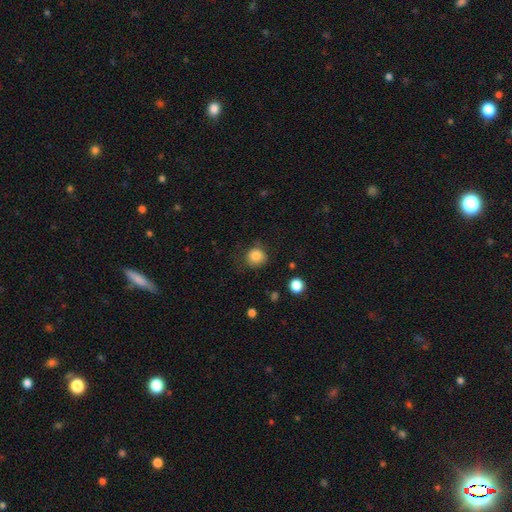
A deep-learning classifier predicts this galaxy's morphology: This appears to be a smooth galaxy with no disk features (85%) that is round (86%). Merging: none (71%).